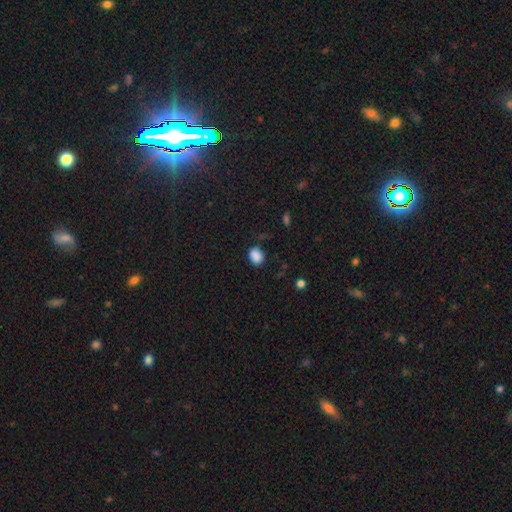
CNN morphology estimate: Overall: smooth (86%). How rounded: in between (61%; round 38%). Merging: none (74%).